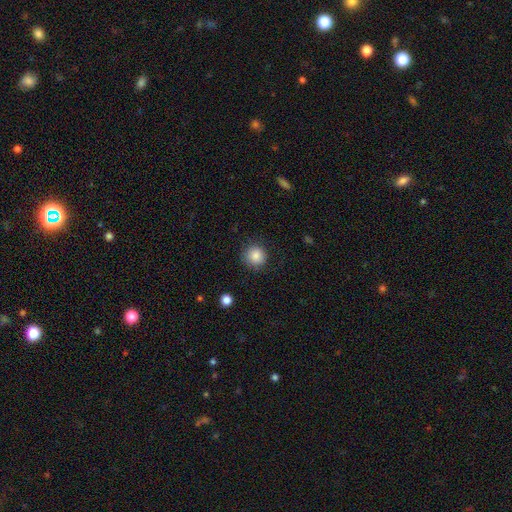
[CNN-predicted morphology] A smooth galaxy with no disk features (85%) that is round (92%).

Vote fractions:
- Smooth or featured? smooth: 85% / star or artifact: 10% / featured or disk: 5%
- How rounded? round: 92% / in between: 7% / cigar-shaped: 1%
- Merging? none: 84% / minor disturbance: 12% / major disturbance: 3% / merger: 1%